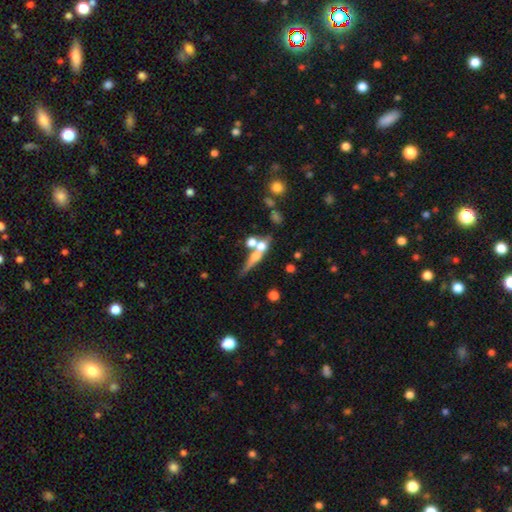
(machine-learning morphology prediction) smooth_or_featured: featured or disk (p=0.45) [alt: smooth p=0.43]
merging: none (p=0.40) [tied with: merger p=0.40]